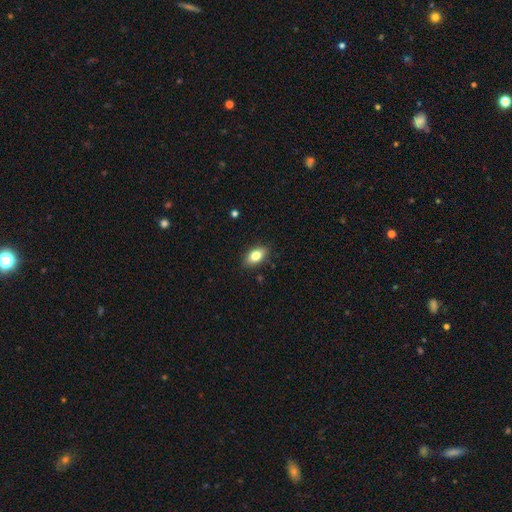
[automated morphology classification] Overall: smooth (78%). How rounded: in between (87%). Merging: none (87%).